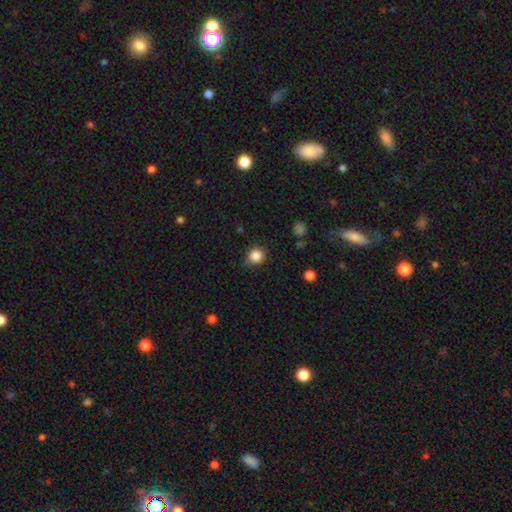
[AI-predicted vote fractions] Morphology: type=smooth (86%); roundness=round (89%); merging=none (78%).